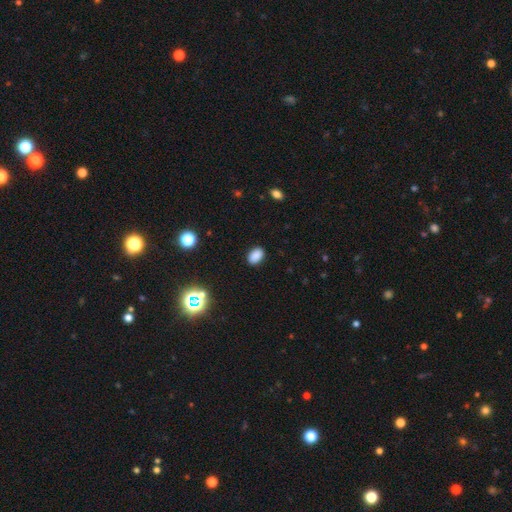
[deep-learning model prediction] A smooth galaxy with no disk features (84%) that is in between round and cigar-shaped (83%). Merging: none (88%).